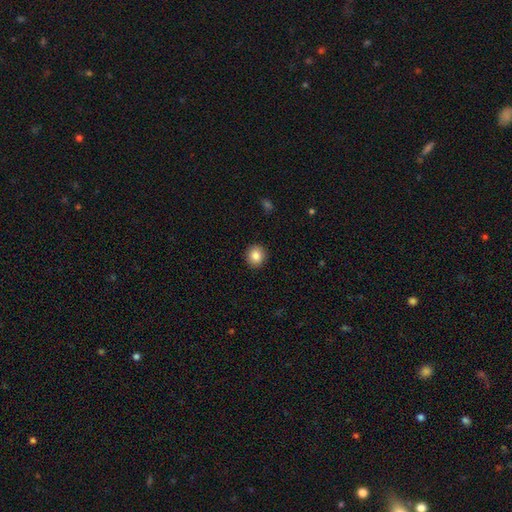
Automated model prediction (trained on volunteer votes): Overall: smooth (85%). How rounded: round (87%). Merging: none (92%).